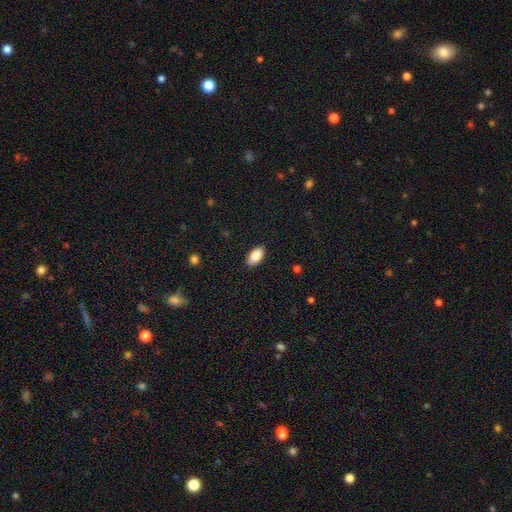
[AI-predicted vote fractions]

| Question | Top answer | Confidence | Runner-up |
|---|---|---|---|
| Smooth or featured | smooth | 87% | star or artifact (7%) |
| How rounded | in between | 94% | cigar-shaped (3%) |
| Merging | none | 89% | minor disturbance (8%) |